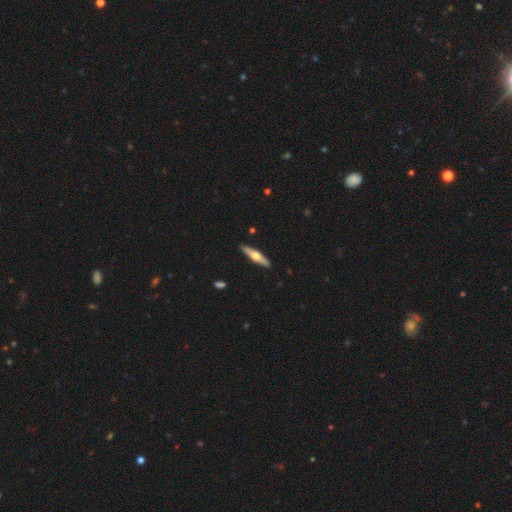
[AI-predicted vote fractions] Q: Smooth or featured?
A: featured or disk (53%); runner-up: smooth (42%)
Q: Edge-on disk?
A: yes (92%); runner-up: no (8%)
Q: Merging?
A: none (90%); runner-up: minor disturbance (7%)